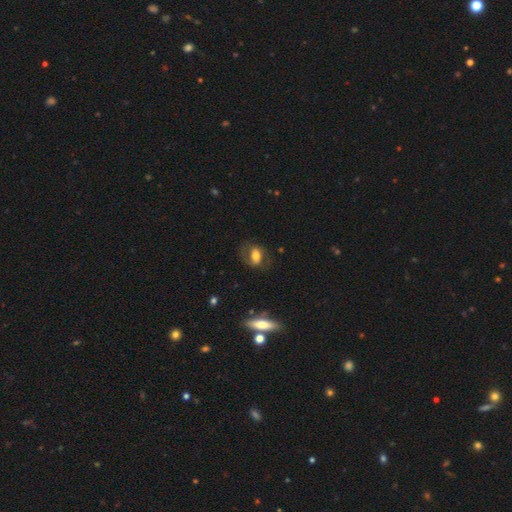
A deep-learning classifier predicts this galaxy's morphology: A smooth galaxy with no disk features (56%) that is in between round and cigar-shaped (76%).

Vote fractions:
- Smooth or featured? smooth: 56% / featured or disk: 36% / star or artifact: 8%
- How rounded? in between: 76% / round: 19% / cigar-shaped: 4%
- Merging? none: 69% / minor disturbance: 18% / major disturbance: 11% / merger: 2%